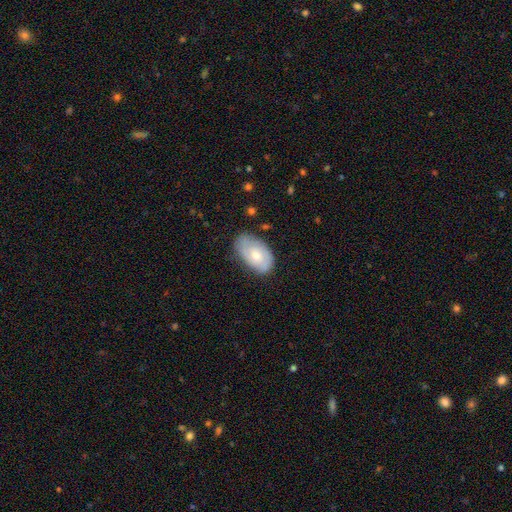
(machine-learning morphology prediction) Smooth or featured? smooth (54%)
How rounded? in between (92%)
Merging? none (68%)